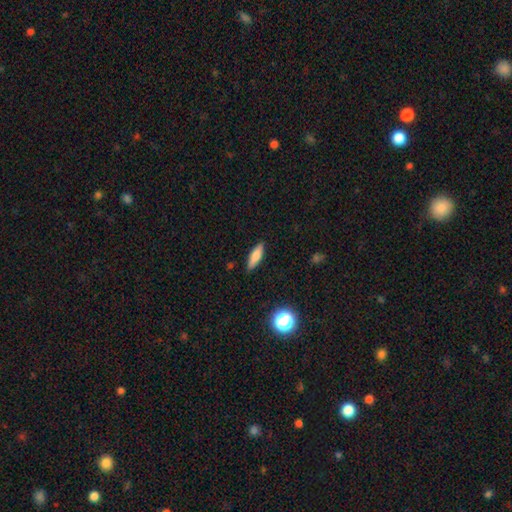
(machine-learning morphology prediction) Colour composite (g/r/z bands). It shows a smooth galaxy with no disk features (73%) that is cigar-shaped (59%). Merging: none (88%).